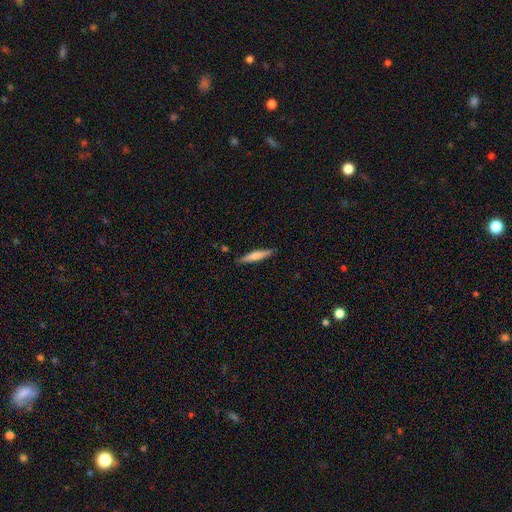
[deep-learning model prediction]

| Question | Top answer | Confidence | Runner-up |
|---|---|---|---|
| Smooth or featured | smooth | 60% | featured or disk (35%) |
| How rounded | cigar-shaped | 90% | in between (9%) |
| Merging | none | 88% | minor disturbance (9%) |